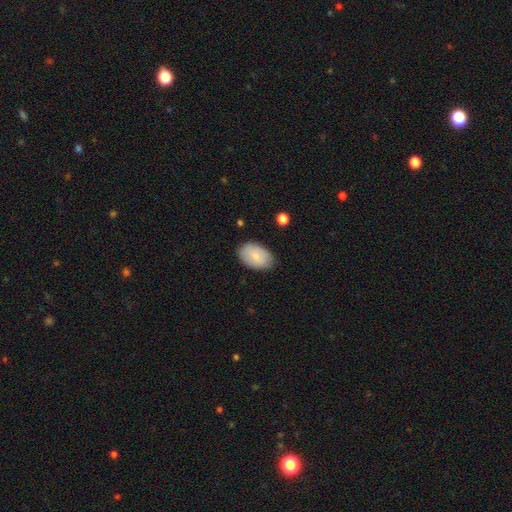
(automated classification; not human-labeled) smooth 80%, featured or disk 14%, star or artifact 6%. Down the decision tree: how rounded — in between (90%); merging — none (82%).